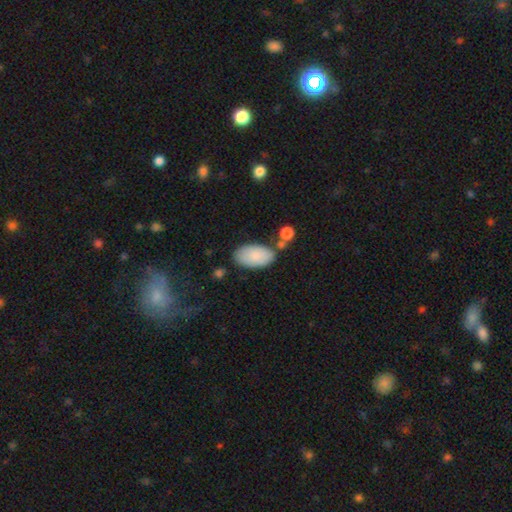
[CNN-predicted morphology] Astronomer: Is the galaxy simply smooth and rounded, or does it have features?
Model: smooth — 87%.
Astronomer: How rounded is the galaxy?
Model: in between — 95%.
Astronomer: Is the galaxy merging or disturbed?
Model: none — 71%.